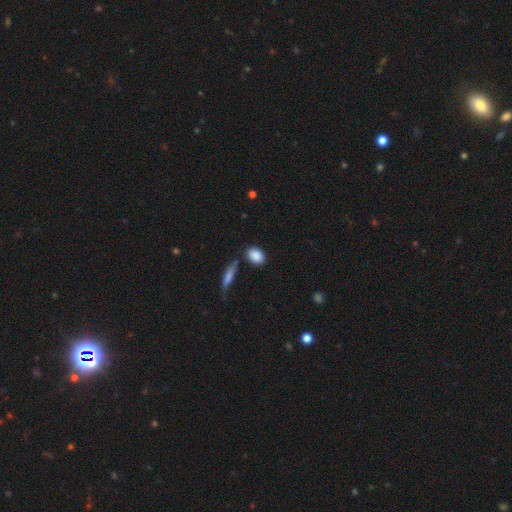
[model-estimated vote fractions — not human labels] The model was most divided on "how rounded": in between: 78%, round: 18%, cigar-shaped: 4%. More confident: smooth or featured — smooth (88%); merging — none (76%).